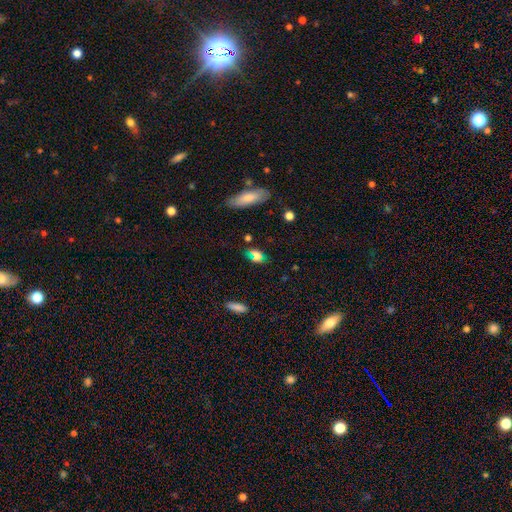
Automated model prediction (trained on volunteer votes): Smooth or featured: smooth — 69% (star or artifact — 18%)
How rounded: in between — 70% (round — 21%)
Merging: none — 67% (minor disturbance — 17%)